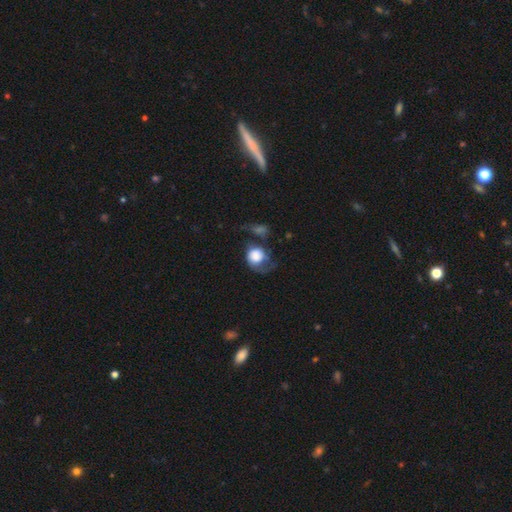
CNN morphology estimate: A smooth galaxy with no disk features (68%) that is round (74%).

Vote fractions:
- Smooth or featured? smooth: 68% / featured or disk: 24% / star or artifact: 7%
- How rounded? round: 74% / in between: 25% / cigar-shaped: 1%
- Merging? major disturbance: 42% / none: 23% / minor disturbance: 21% / merger: 15%